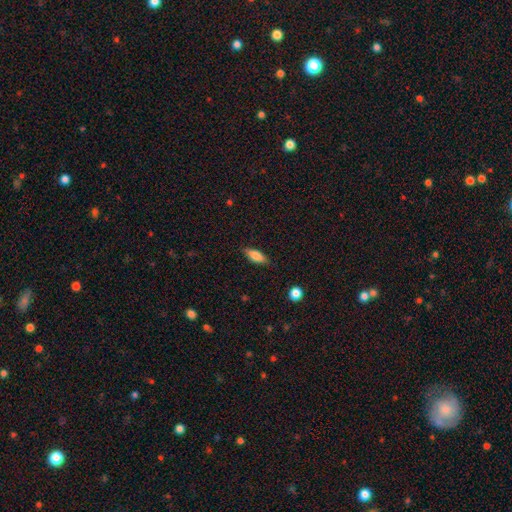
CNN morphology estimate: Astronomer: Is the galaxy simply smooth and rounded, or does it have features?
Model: smooth — 79%.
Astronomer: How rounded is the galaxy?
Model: in between — 72%.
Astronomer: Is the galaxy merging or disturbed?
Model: none — 84%.